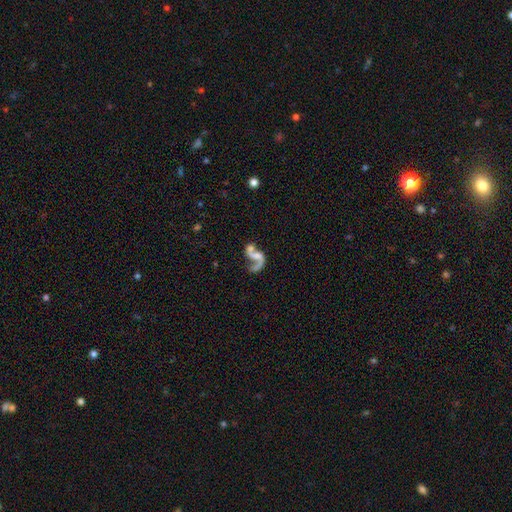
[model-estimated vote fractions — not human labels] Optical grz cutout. It shows a featured or disk galaxy (73%) with no bar (57%), 2 (51%) loose (79%) spiral arms (80%) and no central bulge (46%). Merging: merger (34%).